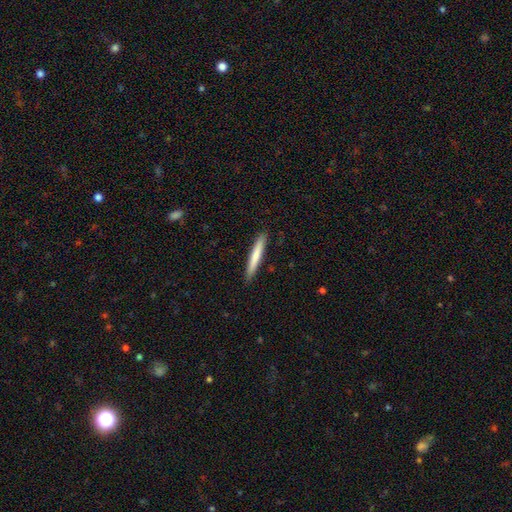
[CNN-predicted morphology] This appears to be a smooth galaxy with no disk features (71%) that is cigar-shaped (96%). Merging: none (90%).